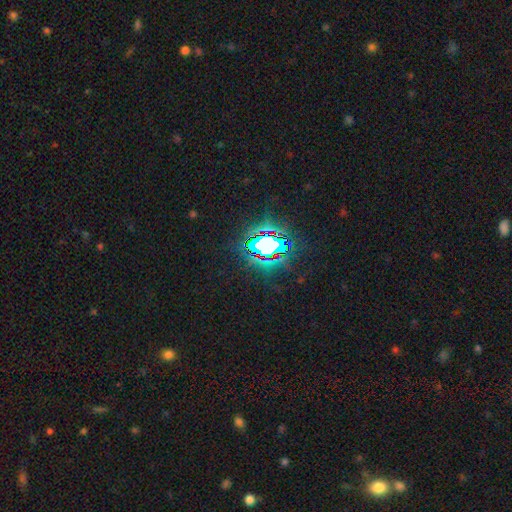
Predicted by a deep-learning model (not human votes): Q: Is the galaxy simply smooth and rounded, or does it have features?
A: star or artifact — 82%.